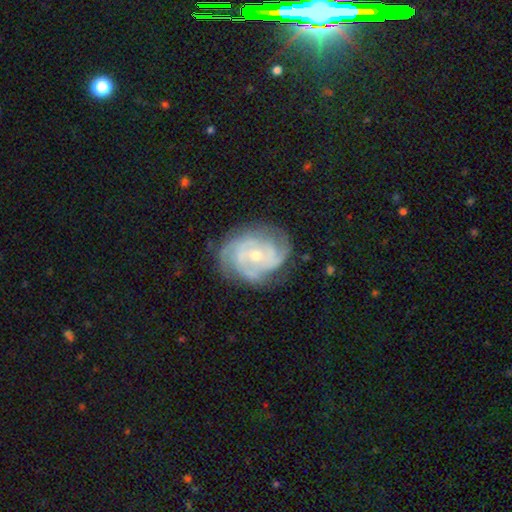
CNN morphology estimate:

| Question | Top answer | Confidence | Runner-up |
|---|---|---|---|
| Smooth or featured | featured or disk | 86% | smooth (8%) |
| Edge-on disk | no | 98% | yes (2%) |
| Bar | no | 69% | weak (25%) |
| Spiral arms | yes | 96% | no (4%) |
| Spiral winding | tight | 62% | medium (31%) |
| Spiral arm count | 3 | 37% | can't tell (21%) |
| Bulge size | small | 55% | moderate (43%) |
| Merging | none | 72% | minor disturbance (20%) |